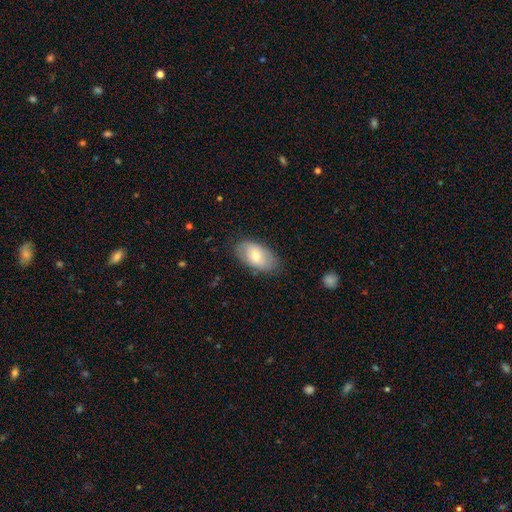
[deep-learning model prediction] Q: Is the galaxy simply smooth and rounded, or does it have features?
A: smooth — 66%.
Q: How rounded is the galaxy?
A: in between — 93%.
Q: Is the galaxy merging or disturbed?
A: none — 79%.